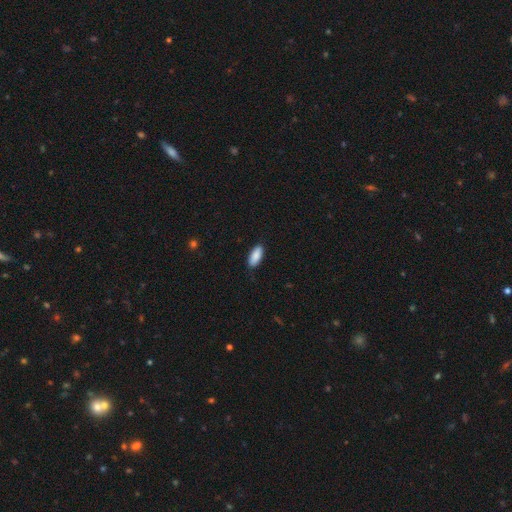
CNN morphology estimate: smooth-or-featured: smooth: 89% | star or artifact: 6% | featured or disk: 5%
  how-rounded: in between: 86% | cigar-shaped: 12% | round: 2%
  merging: none: 87% | minor disturbance: 10% | major disturbance: 2% | merger: 1%